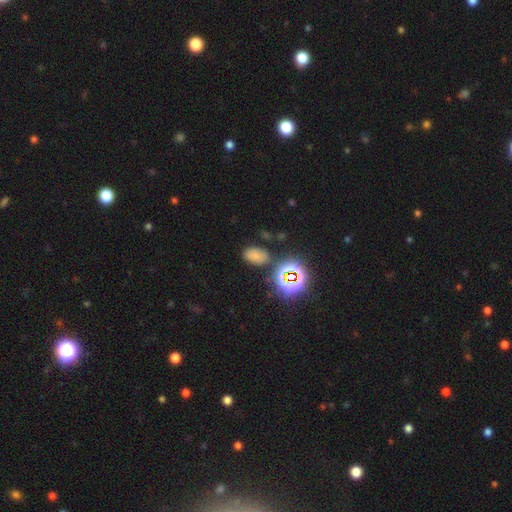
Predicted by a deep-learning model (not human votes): Smooth or featured? Predicted: smooth (p=0.66). How rounded? Predicted: in between (p=0.87). Merging? Predicted: none (p=0.78).